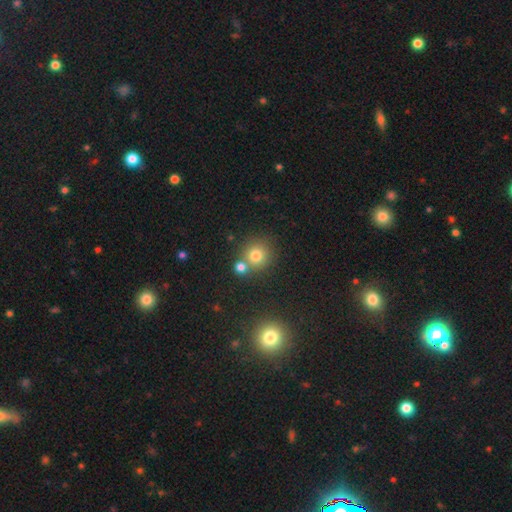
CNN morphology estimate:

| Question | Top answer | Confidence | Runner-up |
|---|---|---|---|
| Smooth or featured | smooth | 76% | star or artifact (15%) |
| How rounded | round | 90% | in between (9%) |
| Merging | none | 64% | merger (25%) |